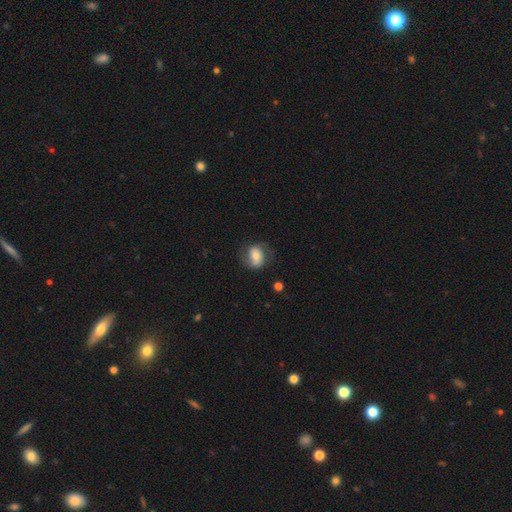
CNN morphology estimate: type=featured or disk (48%); merging=none (65%).